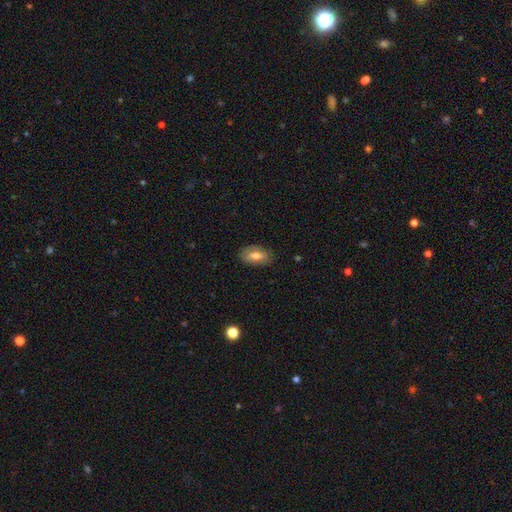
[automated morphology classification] Smooth or featured? Predicted: smooth (p=0.60). How rounded? Predicted: in between (p=0.89). Merging? Predicted: none (p=0.79).